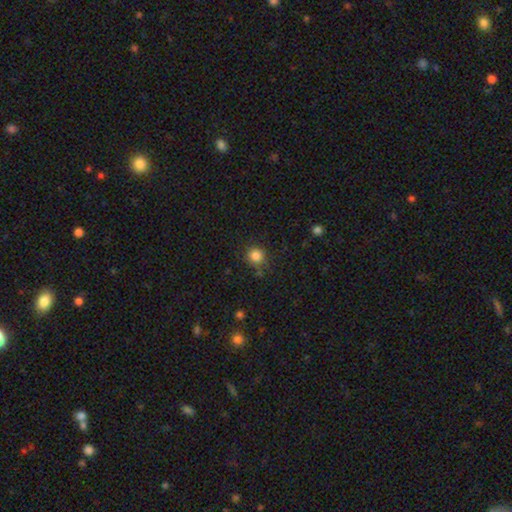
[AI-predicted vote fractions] Smooth or featured: smooth — 84% (star or artifact — 12%)
How rounded: round — 90% (in between — 10%)
Merging: none — 81% (minor disturbance — 12%)